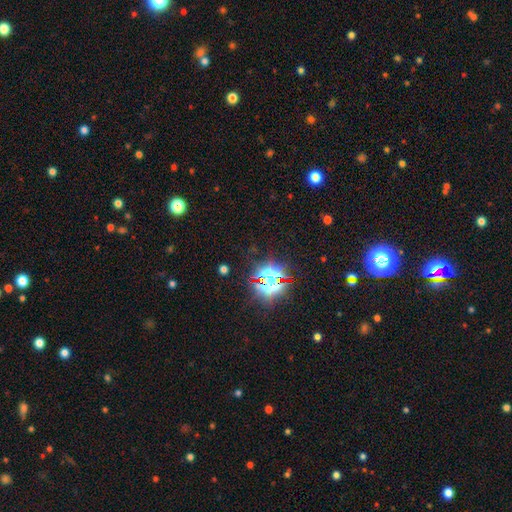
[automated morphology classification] type=star or artifact (80%).